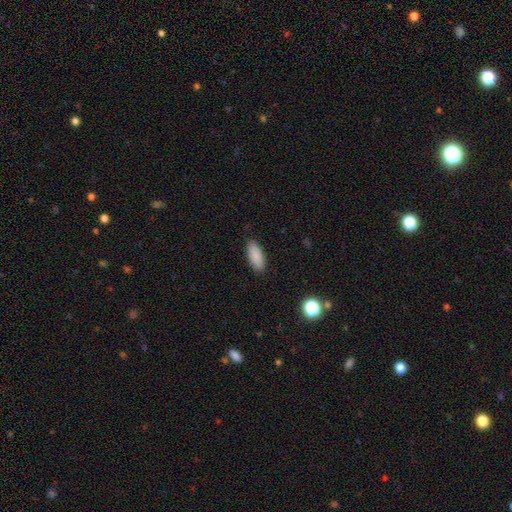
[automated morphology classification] Smooth or featured? Predicted: smooth (p=0.88). How rounded? Predicted: in between (p=0.81). Merging? Predicted: none (p=0.88).